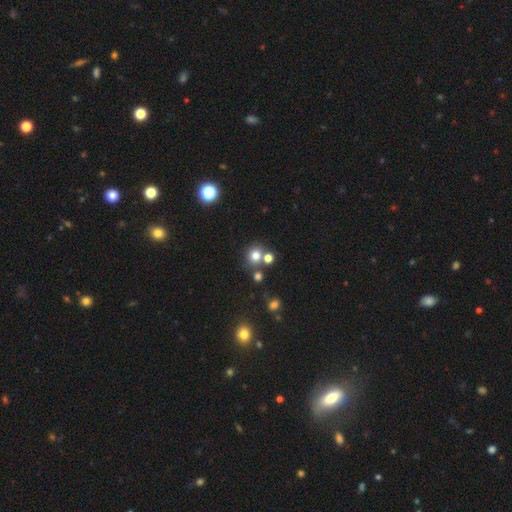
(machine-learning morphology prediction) The model was most divided on "merging": none: 64%, merger: 23%, minor disturbance: 9%, major disturbance: 4%. More confident: how rounded — round (86%); smooth or featured — smooth (74%).